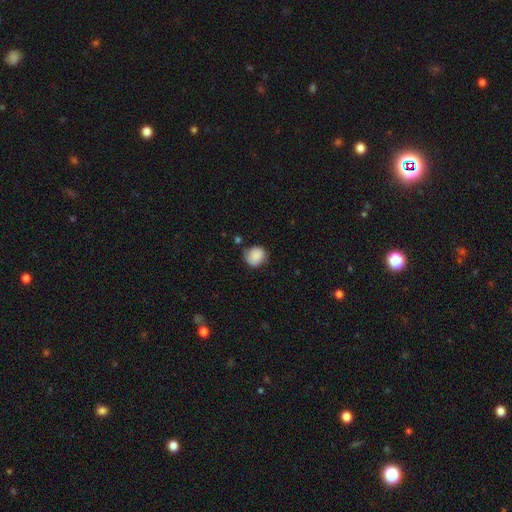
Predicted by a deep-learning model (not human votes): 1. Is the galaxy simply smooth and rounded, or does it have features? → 85% smooth, 8% star or artifact, 7% featured or disk.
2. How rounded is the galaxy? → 79% round, 20% in between, 1% cigar-shaped.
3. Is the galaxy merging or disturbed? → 63% none, 26% minor disturbance, 6% major disturbance, 4% merger.